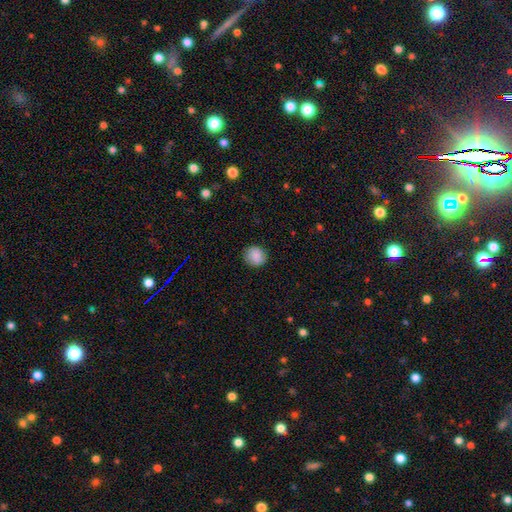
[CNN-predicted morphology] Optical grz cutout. It shows a smooth galaxy with no disk features (86%) that is round (89%). Merging: none (87%).